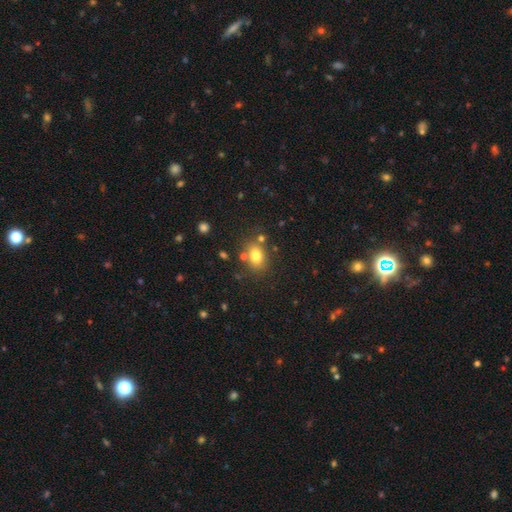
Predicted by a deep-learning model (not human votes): A smooth galaxy with no disk features (78%) that is in between round and cigar-shaped (66%).

Vote fractions:
- Smooth or featured? smooth: 78% / star or artifact: 12% / featured or disk: 11%
- How rounded? in between: 66% / round: 32% / cigar-shaped: 1%
- Merging? none: 73% / minor disturbance: 13% / merger: 10% / major disturbance: 4%